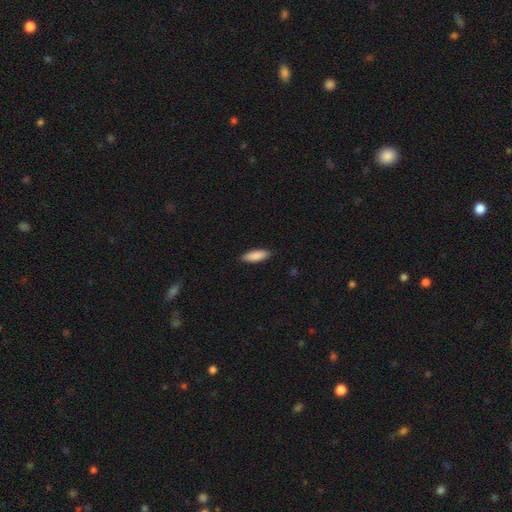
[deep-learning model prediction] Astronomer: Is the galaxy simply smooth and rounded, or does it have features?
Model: smooth — 88%.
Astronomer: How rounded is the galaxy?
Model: in between — 58% (runner-up: cigar-shaped, 41%).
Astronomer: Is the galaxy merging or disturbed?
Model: none — 88%.